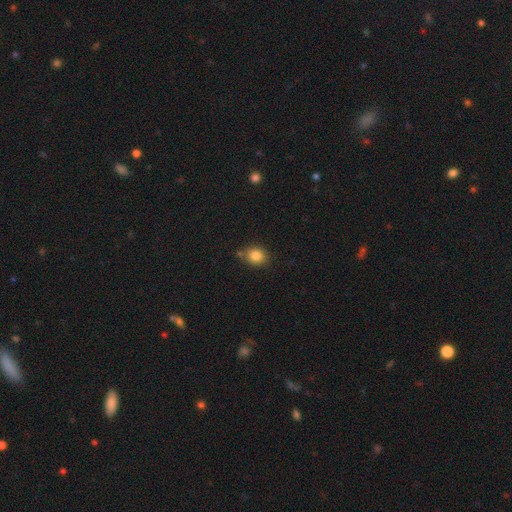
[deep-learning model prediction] A smooth galaxy with no disk features (84%) that is round (65%). Merging: none (73%).